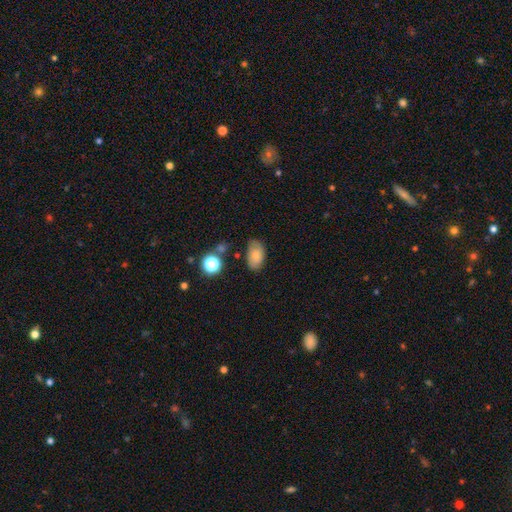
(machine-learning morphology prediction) Q: Smooth or featured?
A: smooth (73%); runner-up: featured or disk (17%)
Q: How rounded?
A: in between (90%); runner-up: round (8%)
Q: Merging?
A: none (69%); runner-up: minor disturbance (22%)